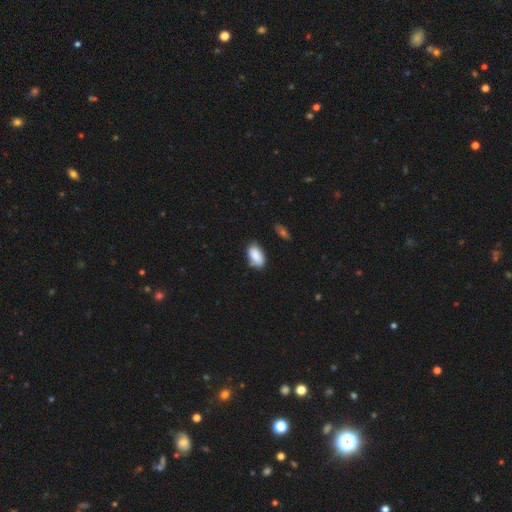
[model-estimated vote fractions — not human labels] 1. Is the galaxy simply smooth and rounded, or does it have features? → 87% smooth, 7% star or artifact, 6% featured or disk.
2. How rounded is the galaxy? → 94% in between, 4% round, 2% cigar-shaped.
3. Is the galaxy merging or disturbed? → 71% none, 22% minor disturbance, 4% major disturbance, 3% merger.